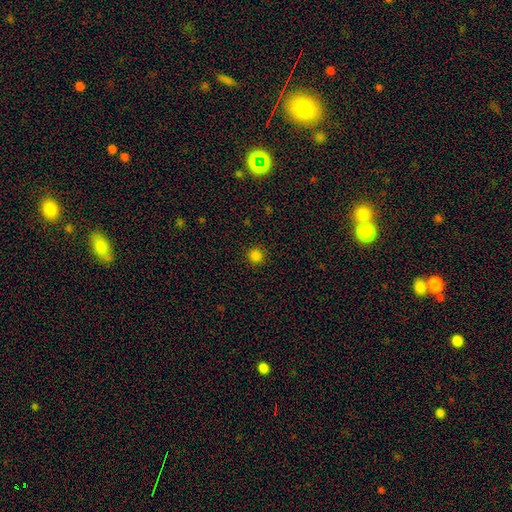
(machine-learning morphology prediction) smooth-or-featured: smooth: 83% | star or artifact: 14% | featured or disk: 3%
  how-rounded: round: 95% | in between: 4% | cigar-shaped: 1%
  merging: none: 92% | minor disturbance: 5% | major disturbance: 2% | merger: 1%